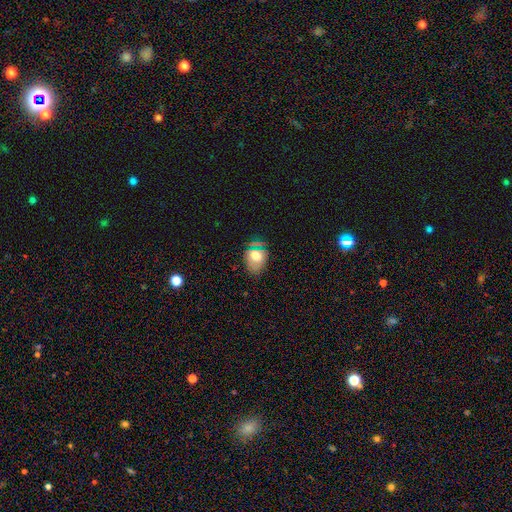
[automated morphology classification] The model was most divided on "how rounded": in between: 60%, round: 38%, cigar-shaped: 2%. More confident: smooth or featured — smooth (68%); merging — none (57%).